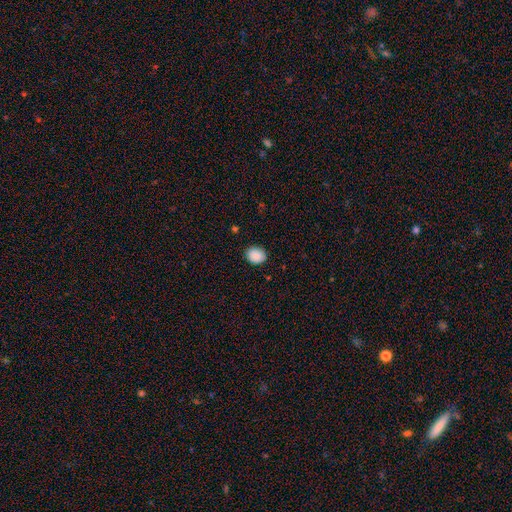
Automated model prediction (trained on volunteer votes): A smooth galaxy with no disk features (89%) that is round (59%). Merging: none (87%).